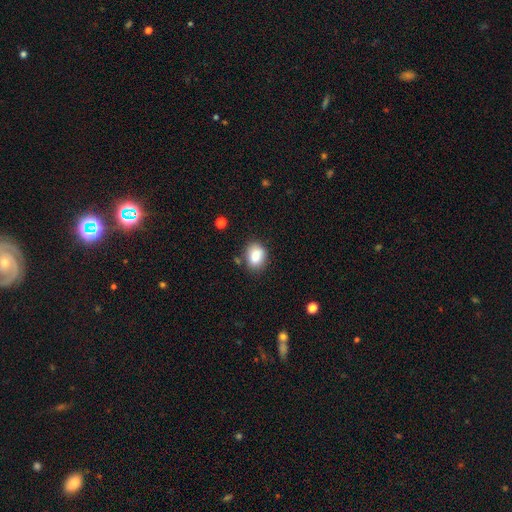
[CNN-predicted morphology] type=smooth (83%); roundness=in between (66%); merging=none (77%).